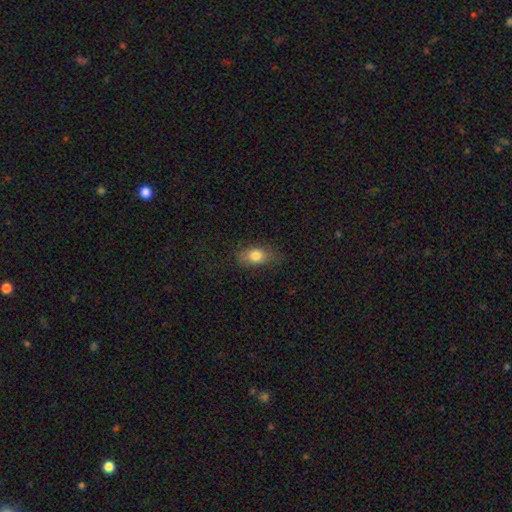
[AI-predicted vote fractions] Smooth or featured?
  - smooth: 80% *
  - featured or disk: 11%
  - star or artifact: 9%
How rounded?
  - in between: 75% *
  - round: 20%
  - cigar-shaped: 4%
Merging?
  - none: 71% *
  - minor disturbance: 21%
  - major disturbance: 7%
  - merger: 1%